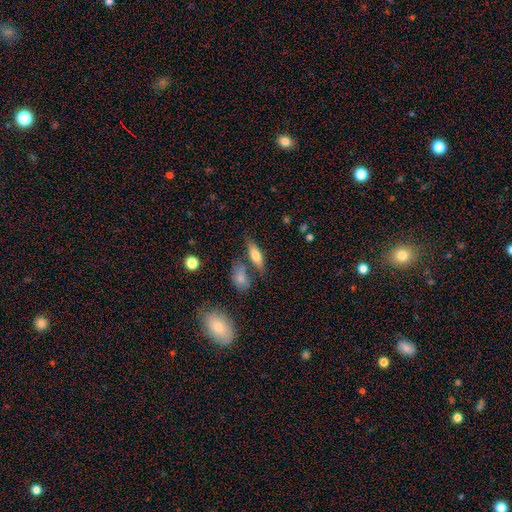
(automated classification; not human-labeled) This is likely a smooth galaxy (69%). How rounded: possibly in between (59%). Merging: likely none (63%).